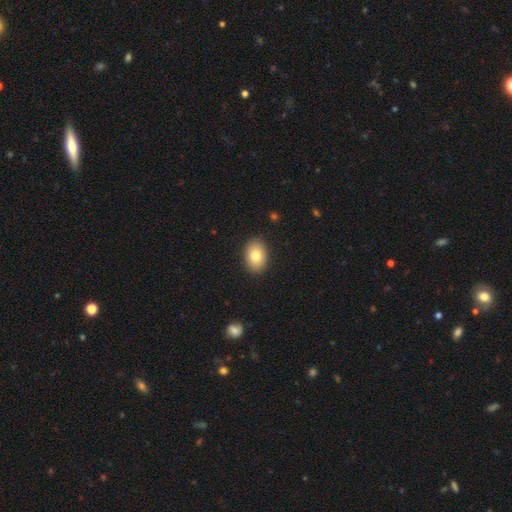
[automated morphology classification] Smooth or featured? smooth (80%)
How rounded? in between (82%)
Merging? none (89%)